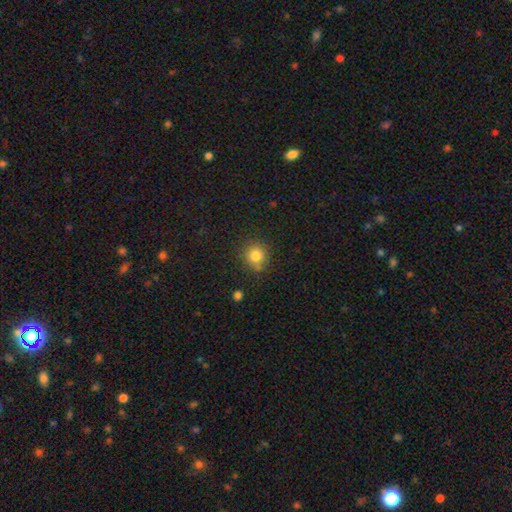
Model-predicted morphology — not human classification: smooth_or_featured: smooth (p=0.81) [alt: star or artifact p=0.12]
how_rounded: round (p=0.90) [alt: in between p=0.09]
merging: none (p=0.79) [alt: minor disturbance p=0.12]